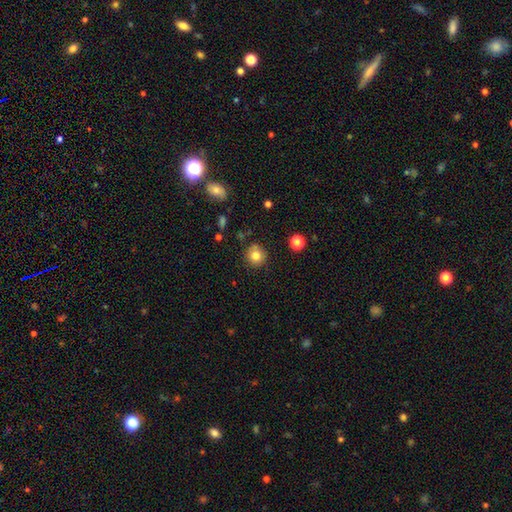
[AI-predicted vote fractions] This appears to be a smooth galaxy with no disk features (81%) that is round (92%). Merging: none (84%).